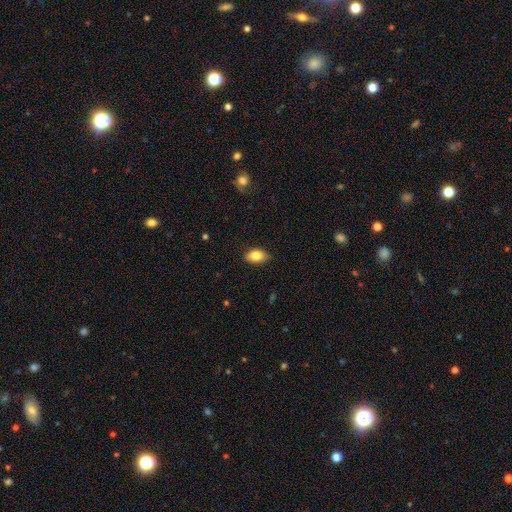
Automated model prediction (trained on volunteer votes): smooth-or-featured: smooth: 83% | featured or disk: 9% | star or artifact: 8%
  how-rounded: in between: 89% | round: 8% | cigar-shaped: 2%
  merging: none: 83% | minor disturbance: 14% | major disturbance: 2% | merger: 1%